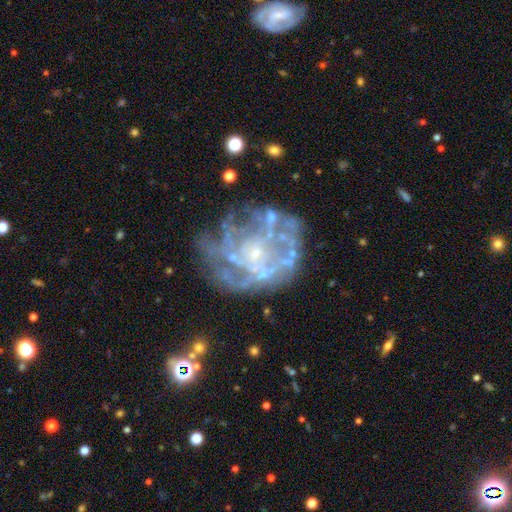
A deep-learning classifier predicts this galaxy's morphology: A featured or disk galaxy (78%) with no bar (86%), no spiral arms (55%) and a small central bulge (65%). Merging: none (52%).